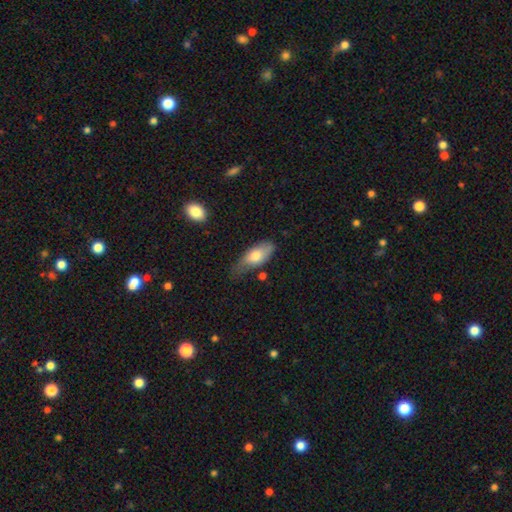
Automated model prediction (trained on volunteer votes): smooth-or-featured: smooth: 73% | featured or disk: 21% | star or artifact: 6%
  how-rounded: in between: 86% | cigar-shaped: 11% | round: 3%
  merging: none: 43% | minor disturbance: 40% | major disturbance: 13% | merger: 4%